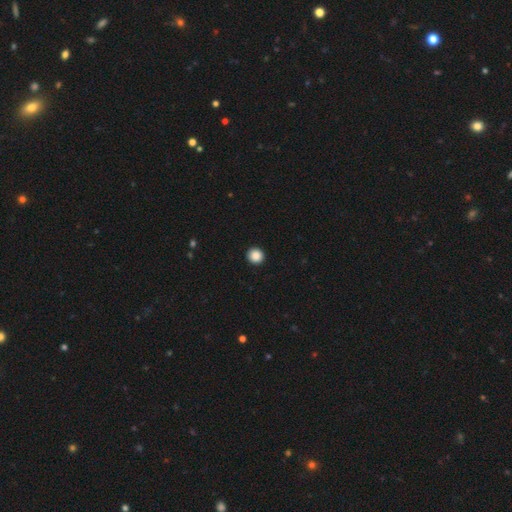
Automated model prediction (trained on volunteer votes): A smooth galaxy with no disk features (88%) that is round (95%).

Vote fractions:
- Smooth or featured? smooth: 88% / star or artifact: 9% / featured or disk: 3%
- How rounded? round: 95% / in between: 4% / cigar-shaped: 1%
- Merging? none: 94% / minor disturbance: 4% / major disturbance: 1% / merger: 1%